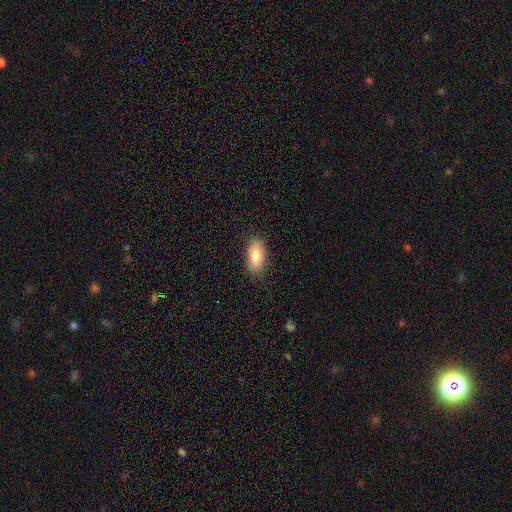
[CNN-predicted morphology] smooth-or-featured: smooth: 82% | featured or disk: 11% | star or artifact: 7%
  how-rounded: in between: 86% | cigar-shaped: 11% | round: 3%
  merging: none: 82% | minor disturbance: 14% | major disturbance: 3% | merger: 1%